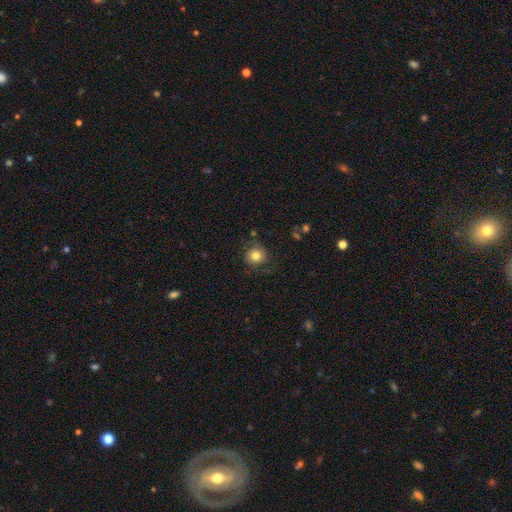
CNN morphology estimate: This is likely a smooth galaxy (76%). How rounded: clearly round (90%). Merging: likely none (75%).